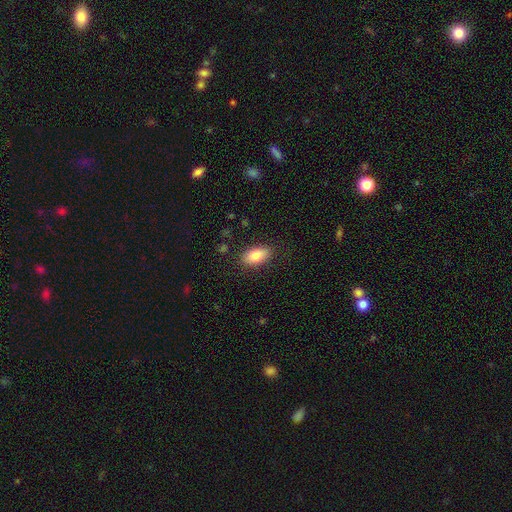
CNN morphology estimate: type=smooth (81%); roundness=in between (91%); merging=none (85%).